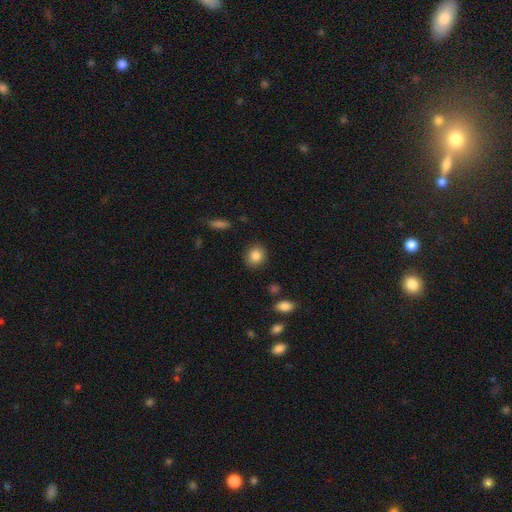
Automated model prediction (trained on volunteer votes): Overall: smooth (85%). How rounded: round (73%). Merging: none (89%).